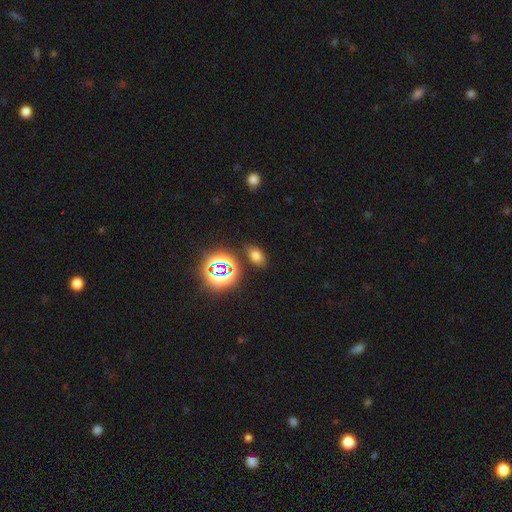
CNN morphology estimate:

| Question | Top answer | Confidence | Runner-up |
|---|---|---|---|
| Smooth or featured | smooth | 63% | star or artifact (29%) |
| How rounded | in between | 82% | round (16%) |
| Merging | none | 83% | minor disturbance (10%) |